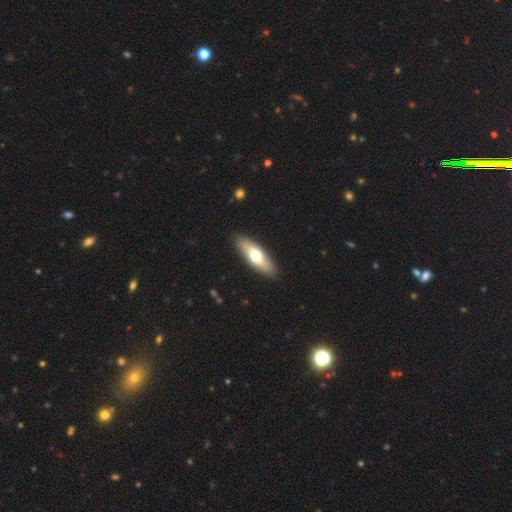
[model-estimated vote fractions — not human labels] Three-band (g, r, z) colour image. It shows a smooth galaxy with no disk features (61%) that is in between round and cigar-shaped (50%). Merging: none (90%).